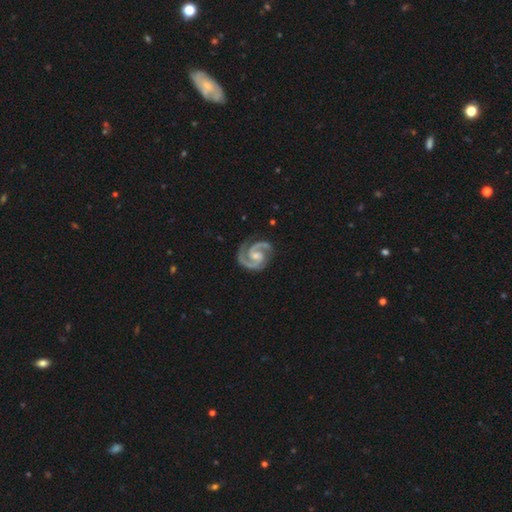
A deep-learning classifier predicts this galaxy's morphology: A featured or disk galaxy (94%) with no bar (44%), 2 (93%) medium (52%) spiral arms (99%) and a small central bulge (41%, tied with moderate).

Vote fractions:
- Smooth or featured? featured or disk: 94% / star or artifact: 3% / smooth: 2%
- Edge-on disk? no: 98% / yes: 2%
- Bar? no: 44% / weak: 43% / strong: 12%
- Spiral arms? yes: 99% / no: 1%
- Spiral winding? medium: 52% / tight: 43% / loose: 6%
- Spiral arm count? 2: 93% / 3: 2% / 1: 1% / can't tell: 1% / 4: 1% / more than 4: 1%
- Bulge size? small: 41% (tied) / moderate: 41% (tied) / none: 14% / large: 3% / dominant: 1%
- Merging? none: 78% / minor disturbance: 16% / major disturbance: 4% / merger: 2%